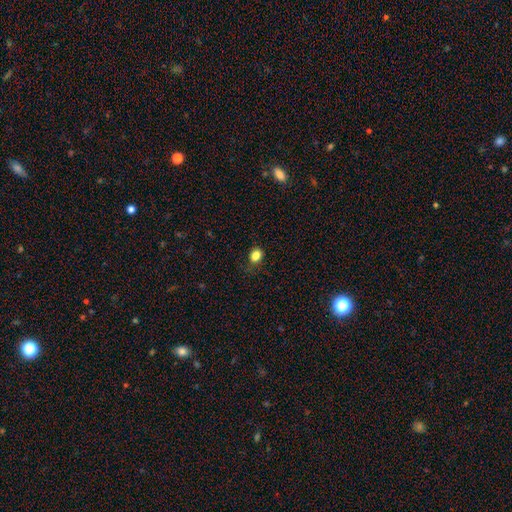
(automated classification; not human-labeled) The model was most divided on "how rounded": round: 59%, in between: 40%, cigar-shaped: 1%. More confident: smooth or featured — smooth (83%); merging — none (73%).